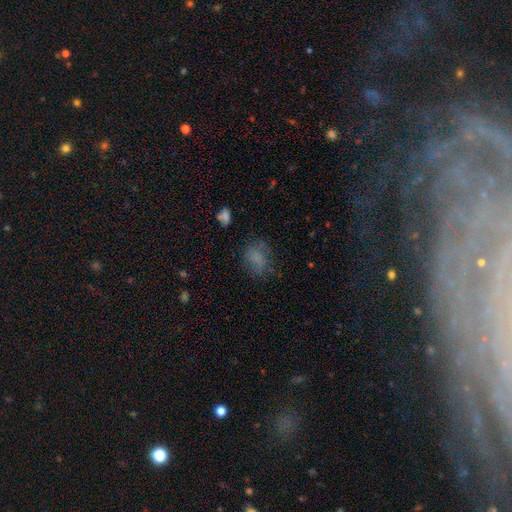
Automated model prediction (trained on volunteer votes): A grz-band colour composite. It shows a smooth galaxy with no disk features (67%) that is in between round and cigar-shaped (57%). Merging: none (61%).